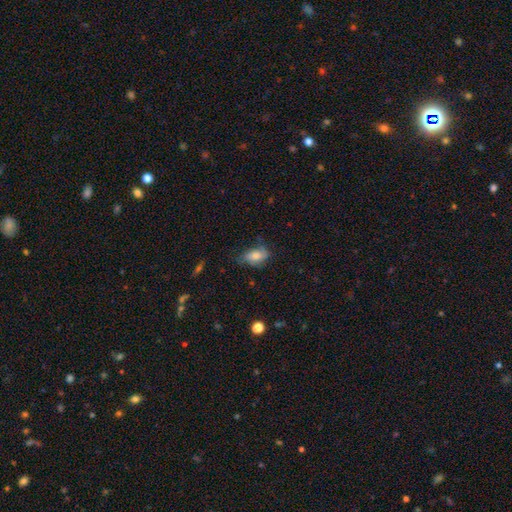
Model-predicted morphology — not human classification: smooth-or-featured: smooth: 72% | featured or disk: 20% | star or artifact: 8%
  how-rounded: in between: 88% | round: 10% | cigar-shaped: 3%
  merging: none: 58% | minor disturbance: 31% | major disturbance: 9% | merger: 2%